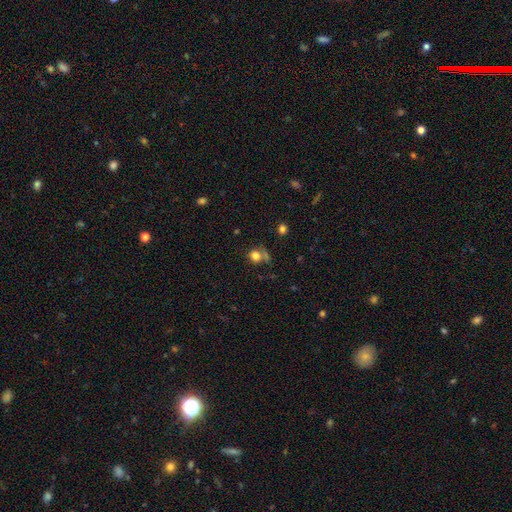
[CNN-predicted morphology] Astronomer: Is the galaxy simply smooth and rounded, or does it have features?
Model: smooth — 78%.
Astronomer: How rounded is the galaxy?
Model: round — 80%.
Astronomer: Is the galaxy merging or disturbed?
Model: none — 57%.